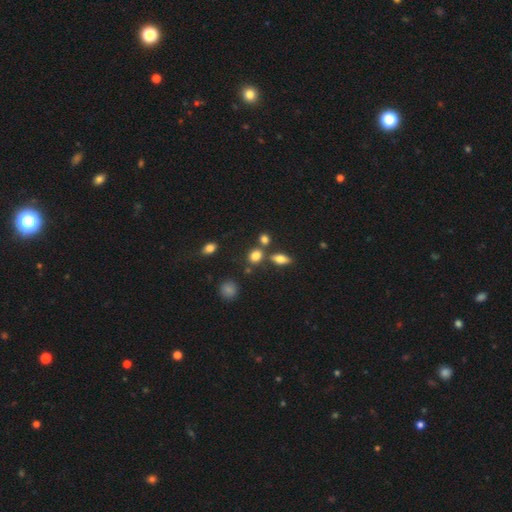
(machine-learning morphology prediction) Smooth or featured? smooth (77%)
How rounded? round (50%)
Merging? none (64%)